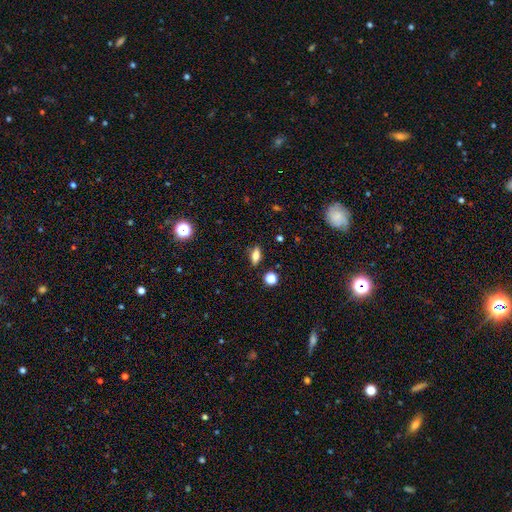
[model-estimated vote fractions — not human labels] Smooth or featured?
  - smooth: 75% *
  - featured or disk: 14%
  - star or artifact: 11%
How rounded?
  - in between: 75% *
  - cigar-shaped: 18%
  - round: 7%
Merging?
  - none: 86% *
  - minor disturbance: 10%
  - major disturbance: 2%
  - merger: 2%